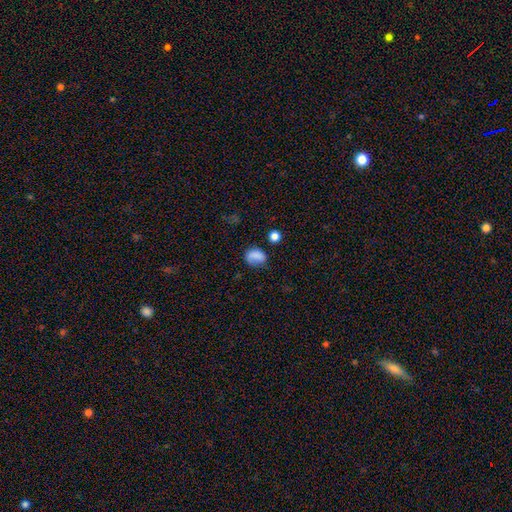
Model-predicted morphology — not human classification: Smooth or featured? smooth (77%)
How rounded? in between (58%)
Merging? none (57%)